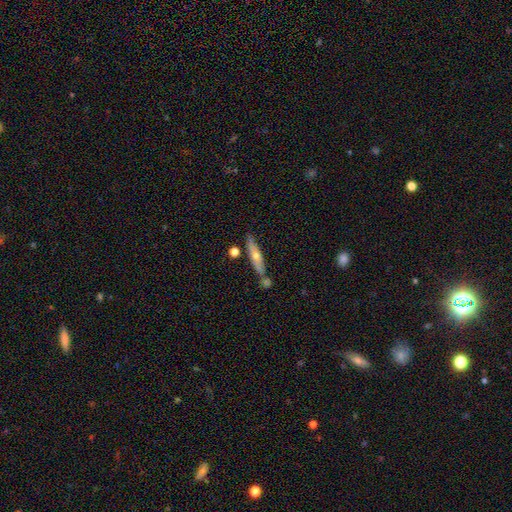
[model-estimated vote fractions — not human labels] Morphology: type=featured or disk (50%); merging=none (70%).